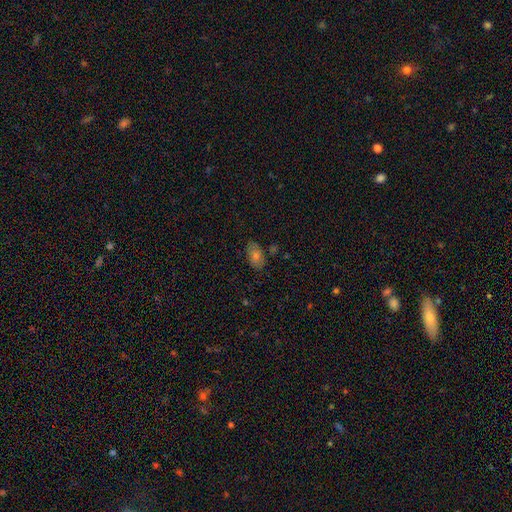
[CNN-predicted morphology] Overall: smooth (65%). How rounded: in between (89%). Merging: none (82%).